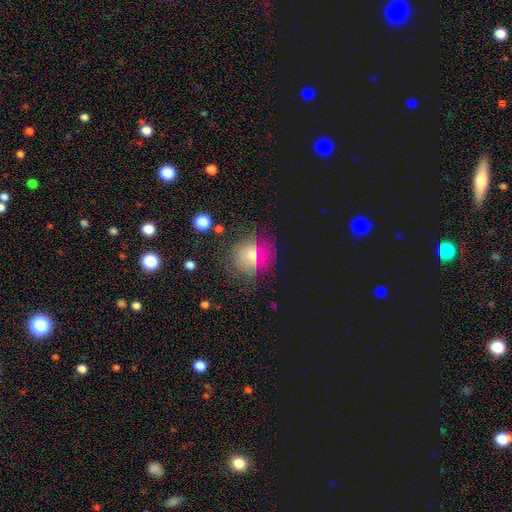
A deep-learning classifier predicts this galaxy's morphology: smooth_or_featured: smooth (p=0.54) [alt: star or artifact p=0.28]
how_rounded: round (p=0.83) [alt: in between p=0.15]
merging: none (p=0.78) [alt: minor disturbance p=0.14]